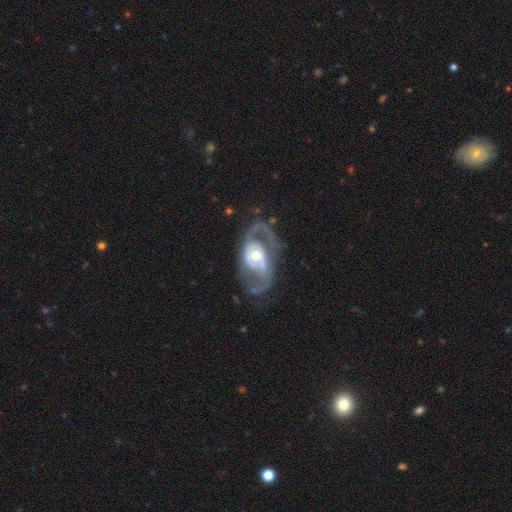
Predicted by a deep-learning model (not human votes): Smooth or featured? Predicted: featured or disk (p=0.86). Edge-on disk? Predicted: no (p=0.96). Bar? Predicted: no (p=0.62). Spiral arms? Predicted: yes (p=0.87). Spiral winding? Predicted: medium (p=0.48). Spiral arm count? Predicted: 2 (p=0.85). Bulge size? Predicted: moderate (p=0.69). Merging? Predicted: none (p=0.63).